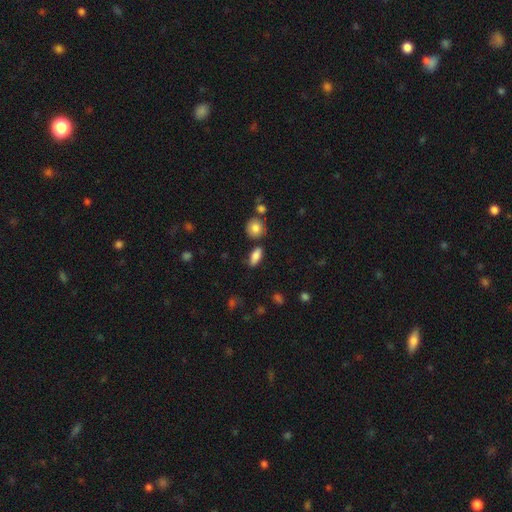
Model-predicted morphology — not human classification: A smooth galaxy with no disk features (83%) that is in between round and cigar-shaped (74%). Merging: none (77%).